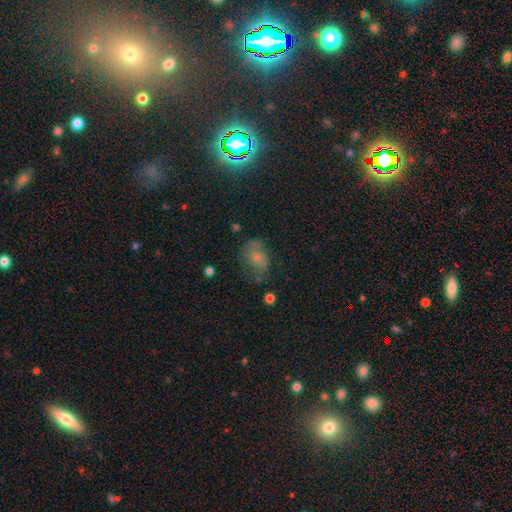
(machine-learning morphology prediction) Smooth or featured?
  - smooth: 53% *
  - featured or disk: 28%
  - star or artifact: 19%
How rounded?
  - in between: 73% *
  - round: 25%
  - cigar-shaped: 2%
Merging?
  - none: 52% *
  - minor disturbance: 27%
  - major disturbance: 18%
  - merger: 3%